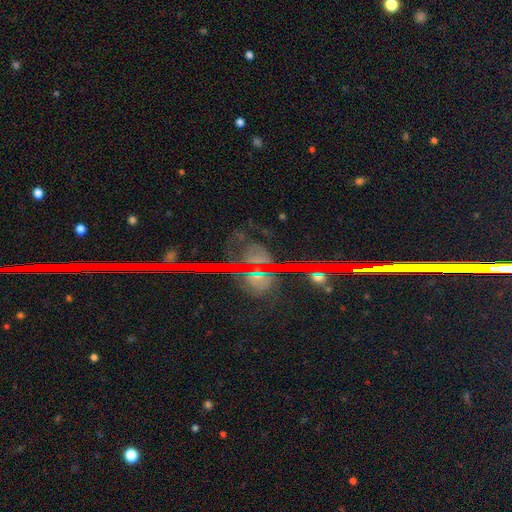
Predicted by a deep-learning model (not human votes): Smooth or featured: star or artifact — 67% (featured or disk — 23%)